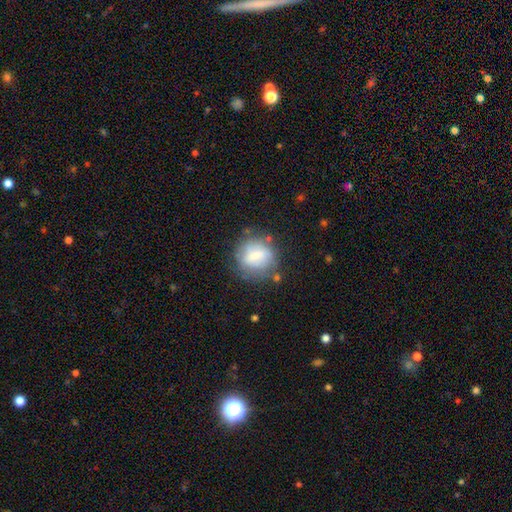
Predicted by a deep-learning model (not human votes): Q: Smooth or featured?
A: smooth (56%); runner-up: featured or disk (35%)
Q: How rounded?
A: round (85%); runner-up: in between (14%)
Q: Merging?
A: none (62%); runner-up: minor disturbance (21%)